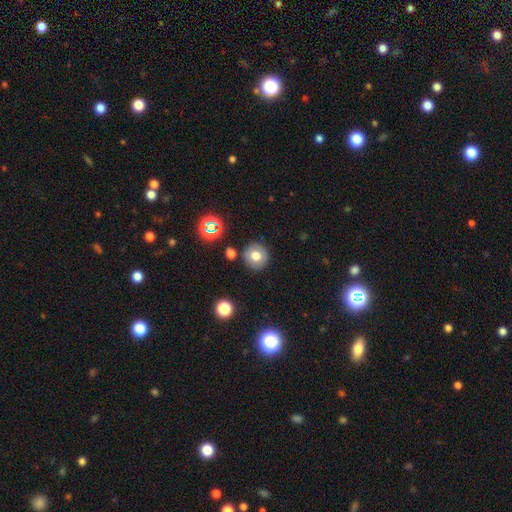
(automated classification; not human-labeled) Overall: smooth (71%). How rounded: round (91%). Merging: none (86%).